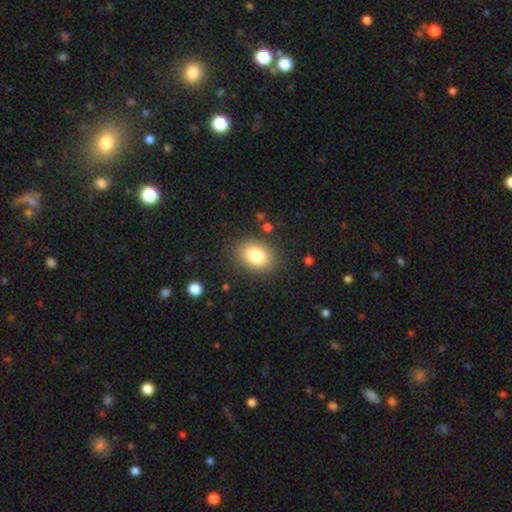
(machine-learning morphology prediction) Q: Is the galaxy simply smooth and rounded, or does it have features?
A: smooth — 82%.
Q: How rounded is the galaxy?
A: in between — 75%.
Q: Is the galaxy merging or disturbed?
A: none — 84%.